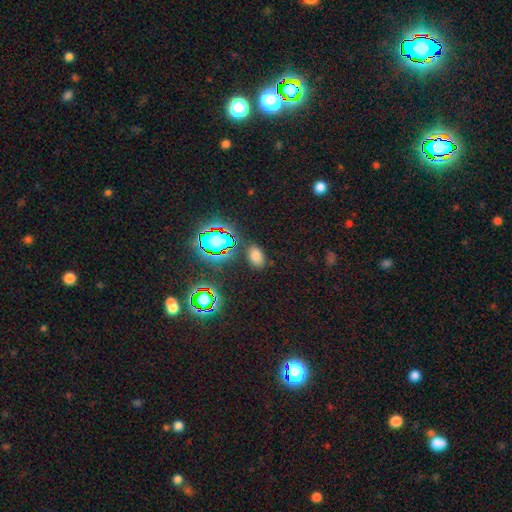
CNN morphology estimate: smooth 67%, star or artifact 27%, featured or disk 7%. Down the decision tree: how rounded — in between (88%); merging — none (83%).